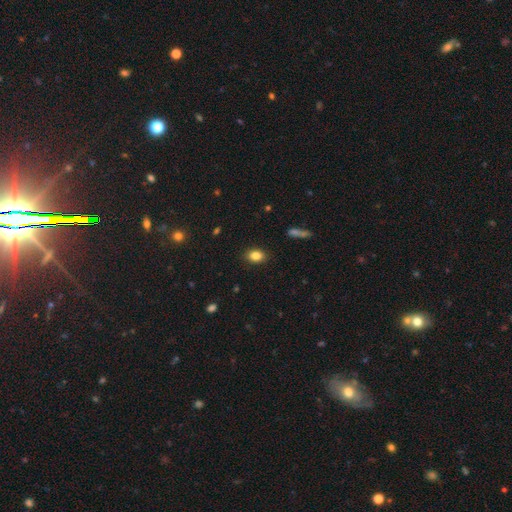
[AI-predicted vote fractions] Morphology: type=smooth (84%); roundness=in between (73%); merging=none (87%).